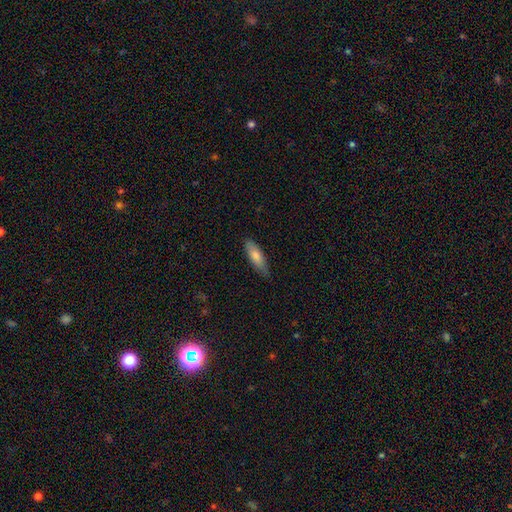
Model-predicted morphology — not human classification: smooth-or-featured: smooth: 79% | featured or disk: 16% | star or artifact: 6%
  how-rounded: in between: 55% | cigar-shaped: 43% | round: 2%
  merging: none: 78% | minor disturbance: 18% | major disturbance: 3% | merger: 1%